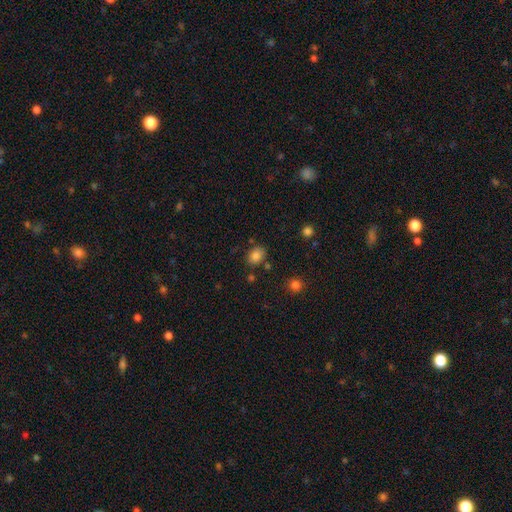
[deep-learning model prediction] A smooth galaxy with no disk features (84%) that is in between round and cigar-shaped (67%).

Vote fractions:
- Smooth or featured? smooth: 84% / star or artifact: 10% / featured or disk: 6%
- How rounded? in between: 67% / round: 32% / cigar-shaped: 1%
- Merging? none: 77% / minor disturbance: 13% / merger: 6% / major disturbance: 4%